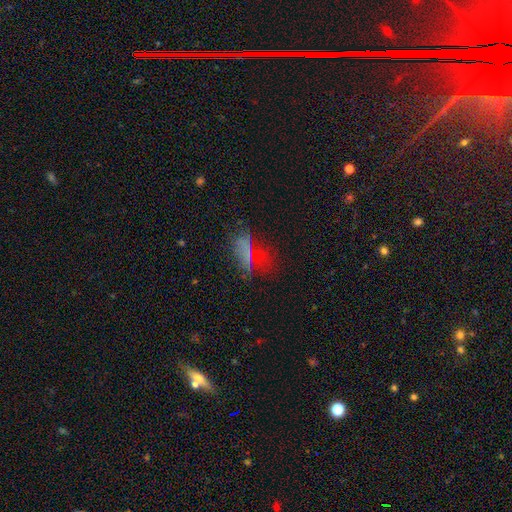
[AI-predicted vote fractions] This is possibly a smooth galaxy (51%). How rounded: possibly in between (48%). Merging: possibly none (51%).